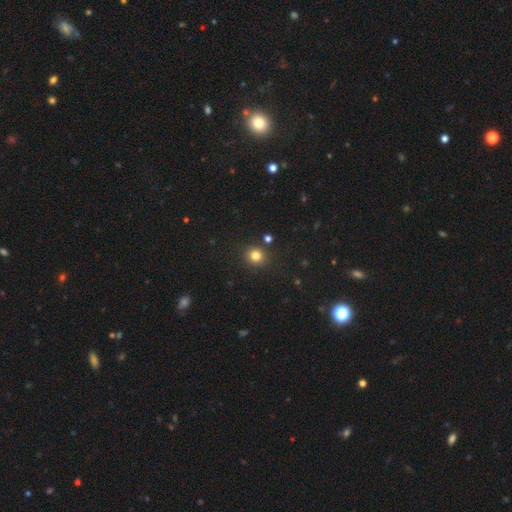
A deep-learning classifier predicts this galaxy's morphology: This is clearly a smooth galaxy (81%). How rounded: clearly round (89%). Merging: clearly none (86%).